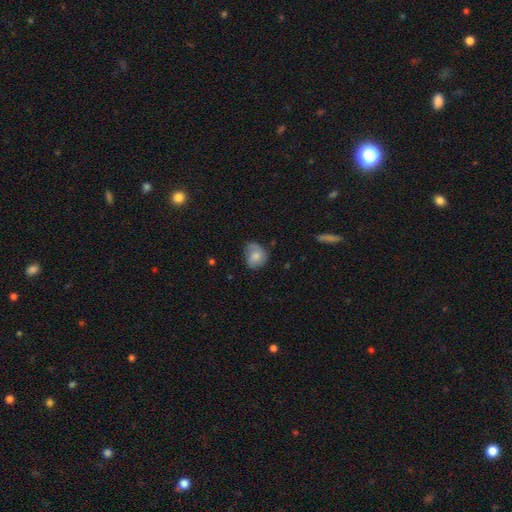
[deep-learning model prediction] A smooth galaxy with no disk features (68%) that is round (63%). Merging: none (52%).